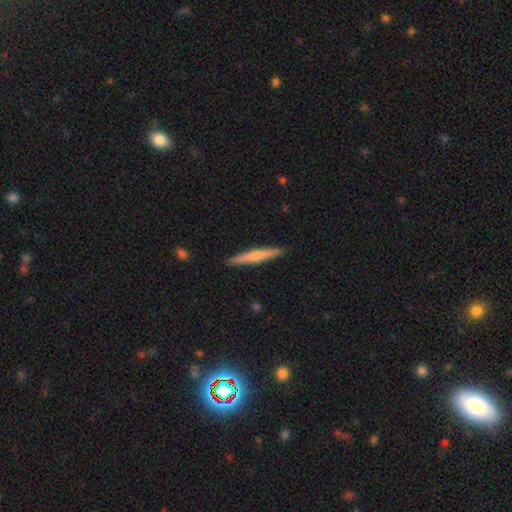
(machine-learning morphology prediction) smooth_or_featured: smooth (p=0.51) [alt: featured or disk p=0.44]
how_rounded: cigar-shaped (p=0.95) [alt: in between p=0.04]
merging: none (p=0.91) [alt: minor disturbance p=0.06]